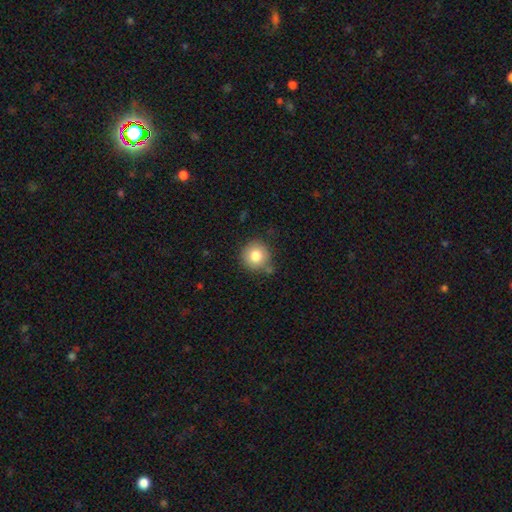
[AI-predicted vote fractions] Smooth or featured: smooth — 81% (star or artifact — 10%)
How rounded: round — 93% (in between — 6%)
Merging: none — 79% (minor disturbance — 13%)